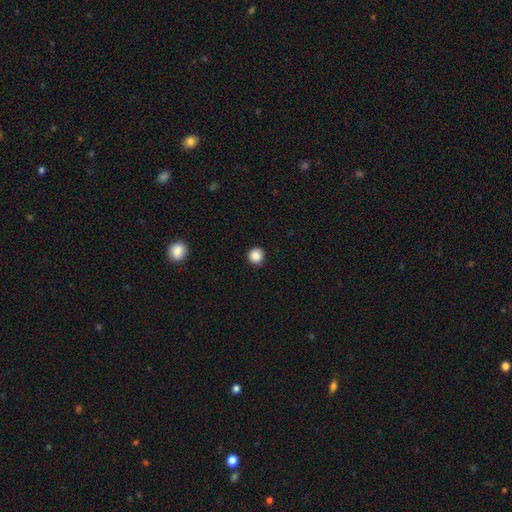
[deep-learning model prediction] This appears to be a smooth galaxy with no disk features (87%) that is round (94%). Merging: none (92%).